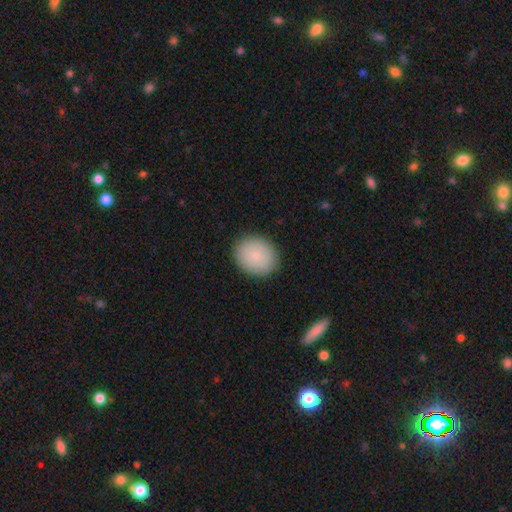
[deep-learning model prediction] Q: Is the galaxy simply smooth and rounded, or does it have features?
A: smooth — 84%.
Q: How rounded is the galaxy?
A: round — 60%.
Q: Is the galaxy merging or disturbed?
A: none — 89%.